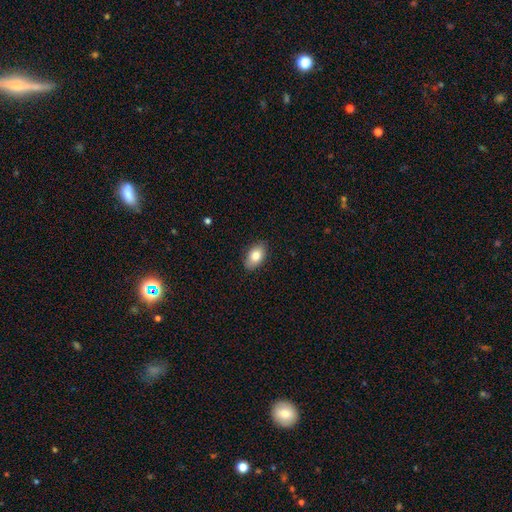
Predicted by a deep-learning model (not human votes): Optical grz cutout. It shows a smooth galaxy with no disk features (82%) that is in between round and cigar-shaped (89%). Merging: none (86%).